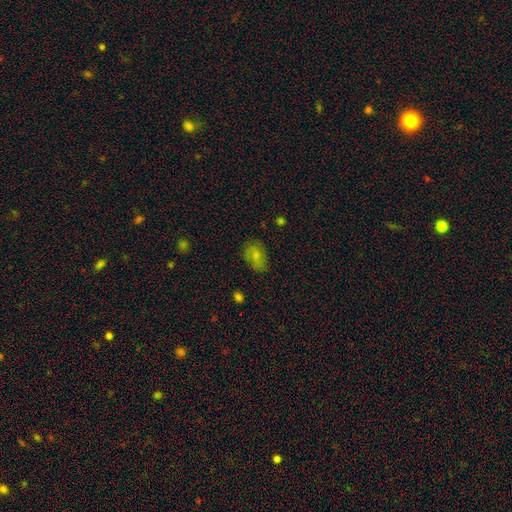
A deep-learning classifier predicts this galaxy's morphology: Q: Smooth or featured?
A: smooth (70%); runner-up: featured or disk (20%)
Q: How rounded?
A: in between (85%); runner-up: round (14%)
Q: Merging?
A: none (72%); runner-up: minor disturbance (20%)